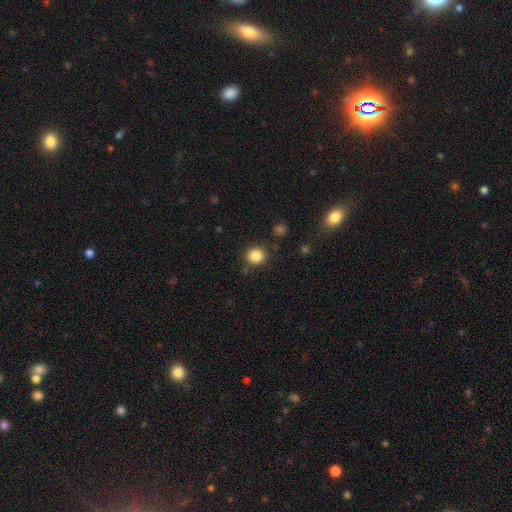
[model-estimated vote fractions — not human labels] smooth_or_featured: smooth (p=0.85) [alt: star or artifact p=0.10]
how_rounded: round (p=0.83) [alt: in between p=0.16]
merging: none (p=0.86) [alt: minor disturbance p=0.09]